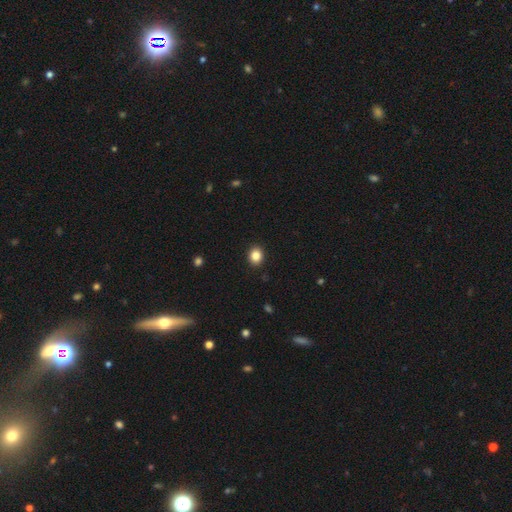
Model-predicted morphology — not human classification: A smooth galaxy with no disk features (85%) that is round (67%). Merging: none (92%).